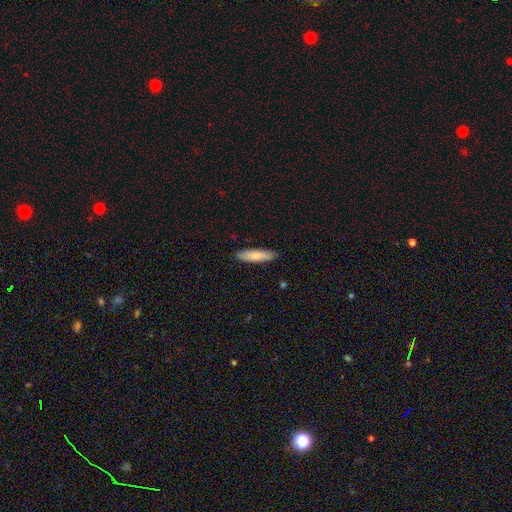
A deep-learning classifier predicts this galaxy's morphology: Q: Smooth or featured?
A: smooth (78%); runner-up: featured or disk (17%)
Q: How rounded?
A: cigar-shaped (72%); runner-up: in between (26%)
Q: Merging?
A: none (89%); runner-up: minor disturbance (8%)